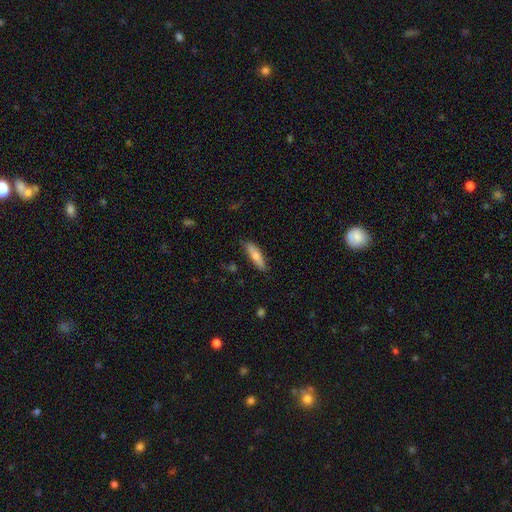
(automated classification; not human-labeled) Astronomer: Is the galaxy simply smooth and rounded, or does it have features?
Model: smooth — 64%.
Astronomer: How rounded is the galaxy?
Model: cigar-shaped — 68%.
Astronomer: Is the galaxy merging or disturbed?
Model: none — 83%.